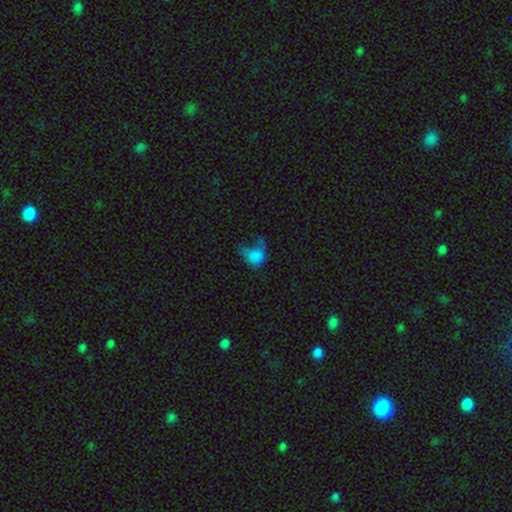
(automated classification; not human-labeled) This appears to be a smooth galaxy with no disk features (72%) that is in between round and cigar-shaped (56%). Merging: major disturbance (45%).